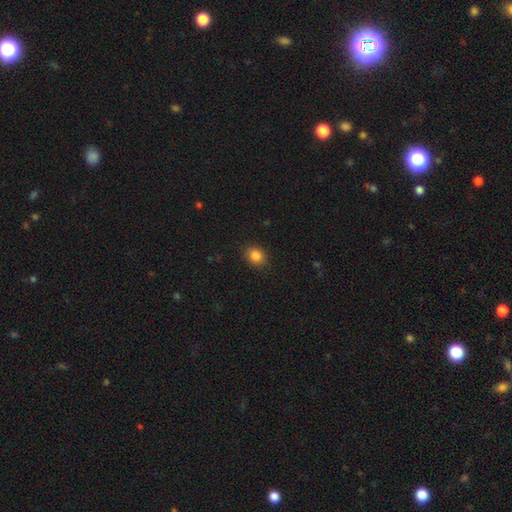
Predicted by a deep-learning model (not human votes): Morphology: type=smooth (85%); roundness=round (67%); merging=none (88%).